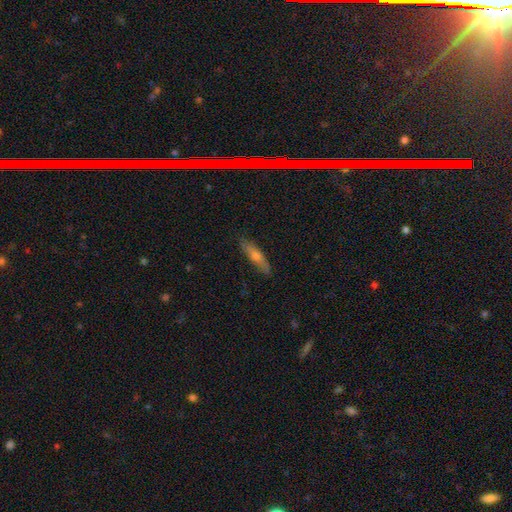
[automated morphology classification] smooth-or-featured: featured or disk: 45% (tied) | smooth: 45% (tied) | star or artifact: 9%
  merging: none: 85% | minor disturbance: 12% | major disturbance: 2% | merger: 1%